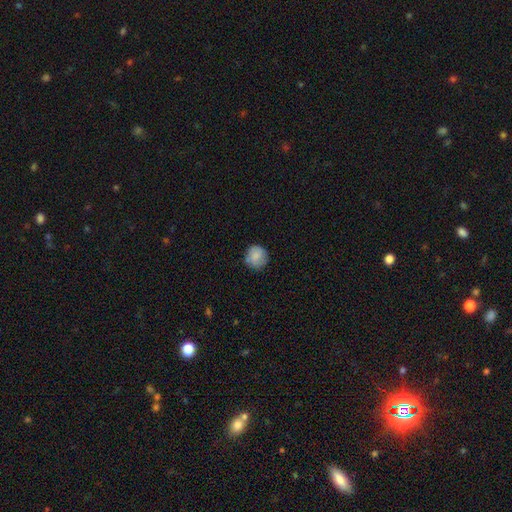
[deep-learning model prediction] Smooth or featured? Predicted: smooth (p=0.81). How rounded? Predicted: round (p=0.91). Merging? Predicted: none (p=0.78).